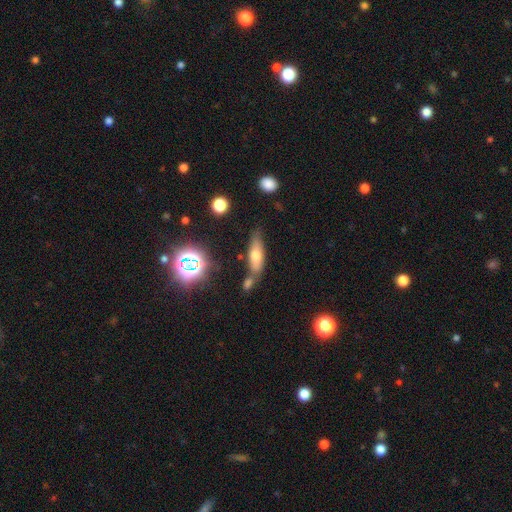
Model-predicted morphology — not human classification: Smooth or featured: smooth — 59% (featured or disk — 29%)
How rounded: in between — 53% (cigar-shaped — 43%)
Merging: none — 59% (merger — 20%)